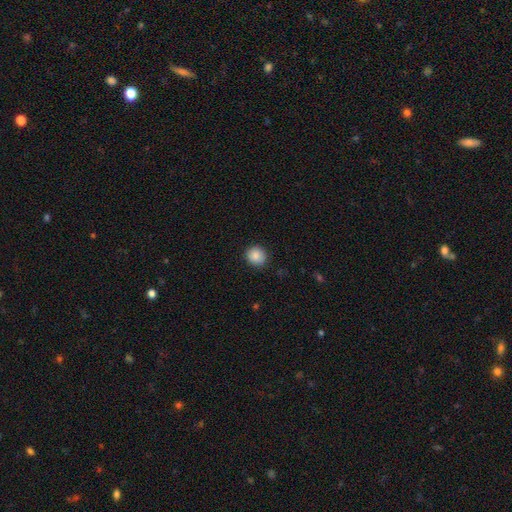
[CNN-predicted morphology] Smooth or featured? Predicted: smooth (p=0.87). How rounded? Predicted: round (p=0.86). Merging? Predicted: none (p=0.88).